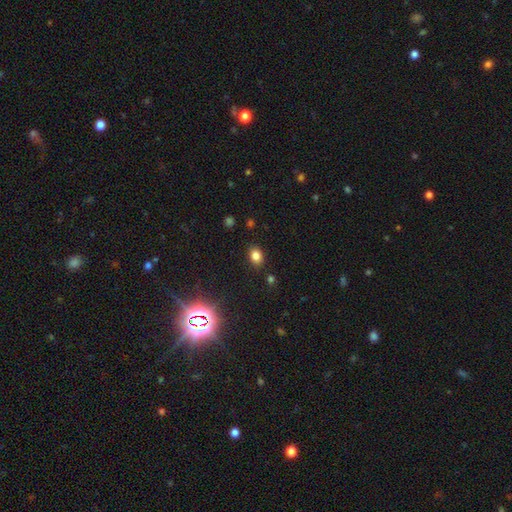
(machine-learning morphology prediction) Overall: smooth (80%). How rounded: in between (67%; round 32%). Merging: none (86%).